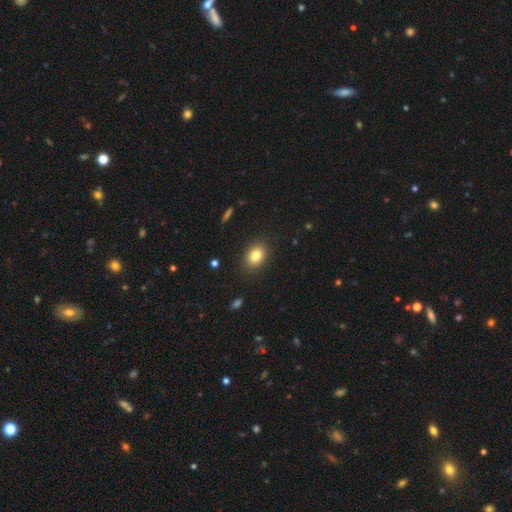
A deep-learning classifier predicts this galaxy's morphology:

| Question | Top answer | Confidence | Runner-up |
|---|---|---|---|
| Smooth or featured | smooth | 82% | star or artifact (10%) |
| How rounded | in between | 66% | round (33%) |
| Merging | none | 86% | minor disturbance (10%) |